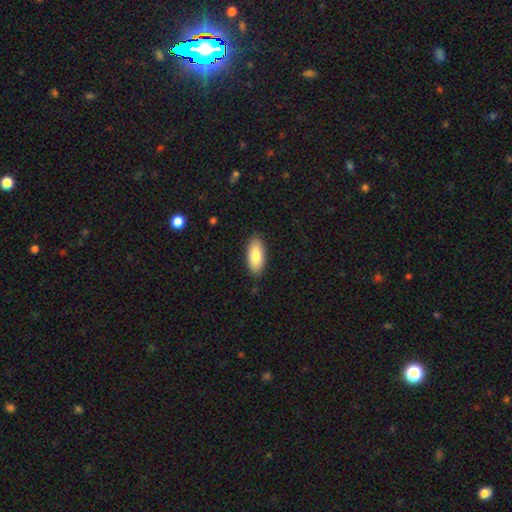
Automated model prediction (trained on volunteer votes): This is clearly a smooth galaxy (83%). How rounded: clearly in between (85%). Merging: clearly none (87%).